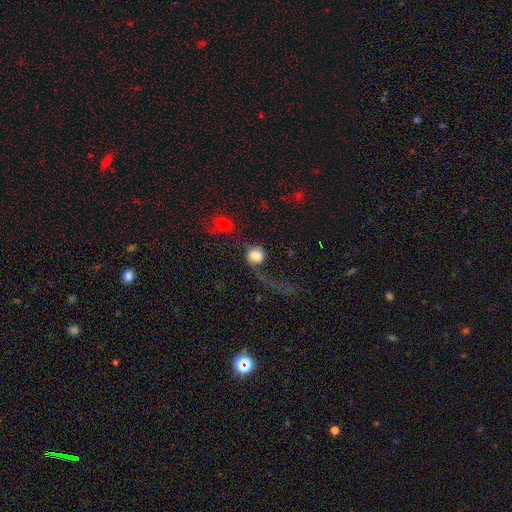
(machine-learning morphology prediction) smooth_or_featured: smooth (p=0.66) [alt: featured or disk p=0.25]
how_rounded: round (p=0.86) [alt: in between p=0.12]
merging: major disturbance (p=0.46) [alt: none p=0.27]